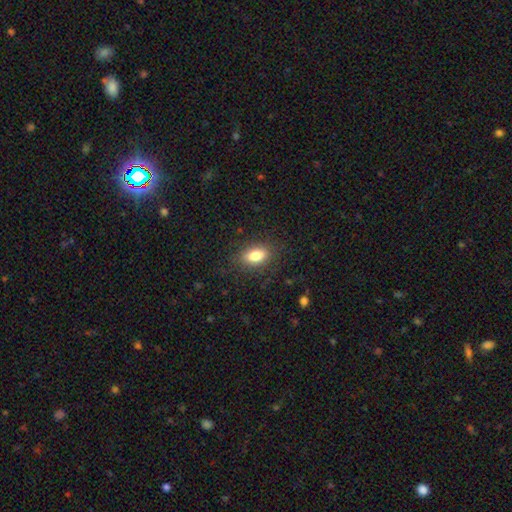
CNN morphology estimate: type=smooth (82%); roundness=in between (86%); merging=none (85%).